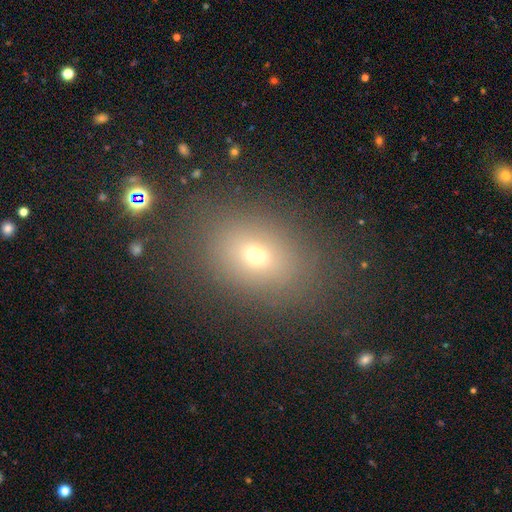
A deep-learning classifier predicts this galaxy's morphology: A smooth galaxy with no disk features (64%) that is in between round and cigar-shaped (64%). Merging: none (82%).